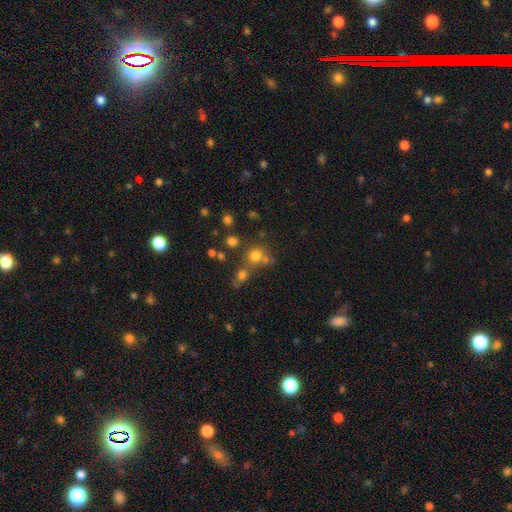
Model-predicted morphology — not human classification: The model was most divided on "merging": none: 55%, merger: 31%, minor disturbance: 9%, major disturbance: 5%. More confident: how rounded — round (85%); smooth or featured — smooth (71%).